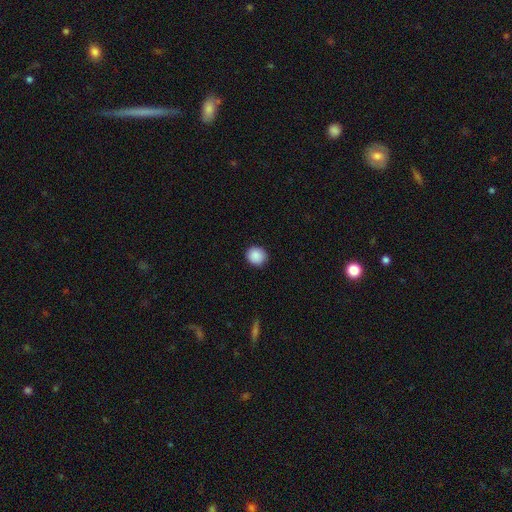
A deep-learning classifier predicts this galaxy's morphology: smooth 89%, star or artifact 8%, featured or disk 3%. Down the decision tree: how rounded — round (87%); merging — none (90%).